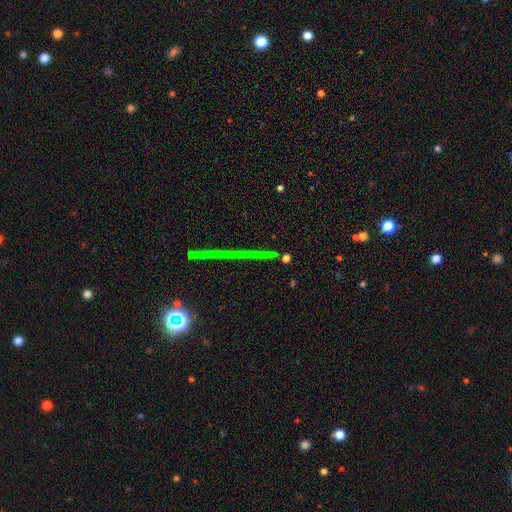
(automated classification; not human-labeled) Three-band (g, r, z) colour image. It shows a star or artifact, not a galaxy (66%).